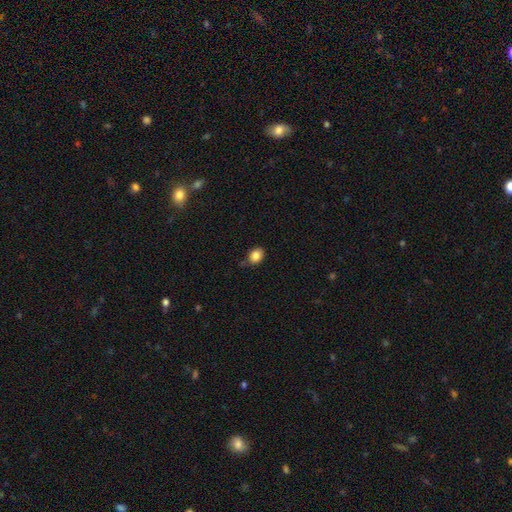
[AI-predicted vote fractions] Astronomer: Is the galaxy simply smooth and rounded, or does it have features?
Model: smooth — 85%.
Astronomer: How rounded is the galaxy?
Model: in between — 68%.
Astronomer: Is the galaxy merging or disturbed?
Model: none — 76%.